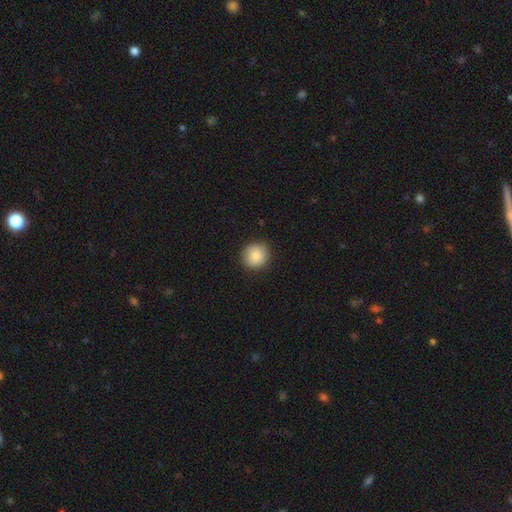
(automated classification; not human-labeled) Smooth or featured: smooth — 85% (star or artifact — 8%)
How rounded: round — 93% (in between — 6%)
Merging: none — 89% (minor disturbance — 8%)